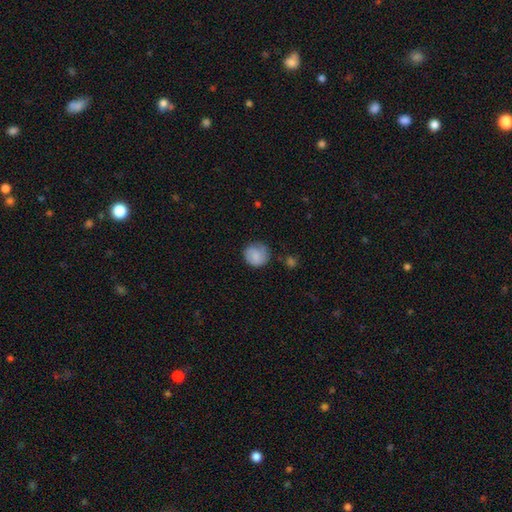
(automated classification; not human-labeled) A smooth galaxy with no disk features (79%) that is round (88%).

Vote fractions:
- Smooth or featured? smooth: 79% / featured or disk: 14% / star or artifact: 7%
- How rounded? round: 88% / in between: 11% / cigar-shaped: 1%
- Merging? none: 73% / minor disturbance: 20% / major disturbance: 5% / merger: 2%